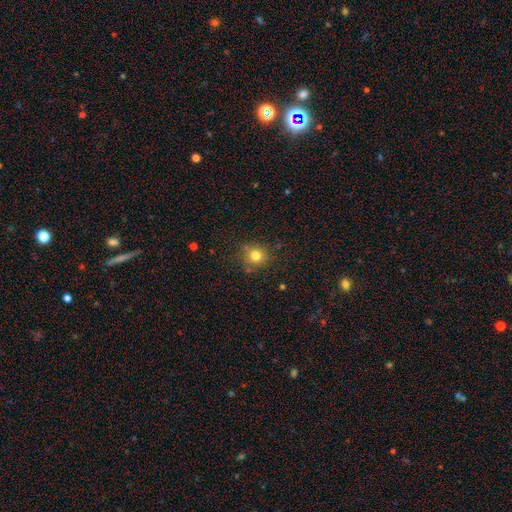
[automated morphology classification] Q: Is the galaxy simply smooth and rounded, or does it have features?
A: smooth — 79%.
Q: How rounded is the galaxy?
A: round — 89%.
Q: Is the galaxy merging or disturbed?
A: none — 82%.